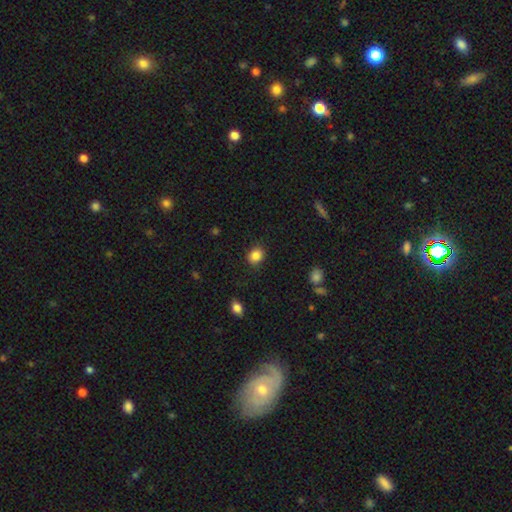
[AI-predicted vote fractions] Smooth or featured: smooth — 86% (star or artifact — 10%)
How rounded: round — 71% (in between — 28%)
Merging: none — 87% (minor disturbance — 9%)